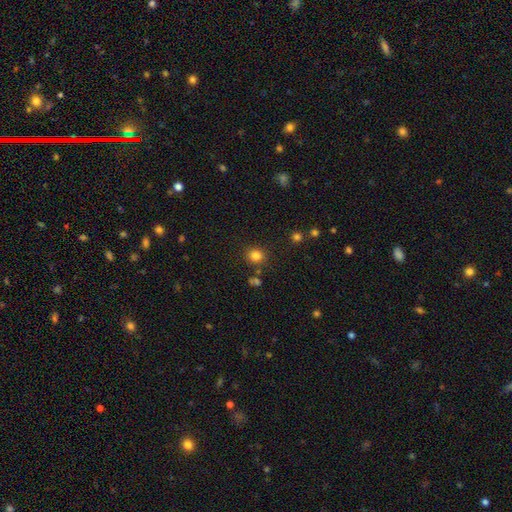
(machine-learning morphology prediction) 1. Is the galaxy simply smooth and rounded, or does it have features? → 81% smooth, 14% star or artifact, 5% featured or disk.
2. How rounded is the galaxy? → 85% round, 14% in between, 1% cigar-shaped.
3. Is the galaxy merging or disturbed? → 85% none, 8% minor disturbance, 4% merger, 3% major disturbance.